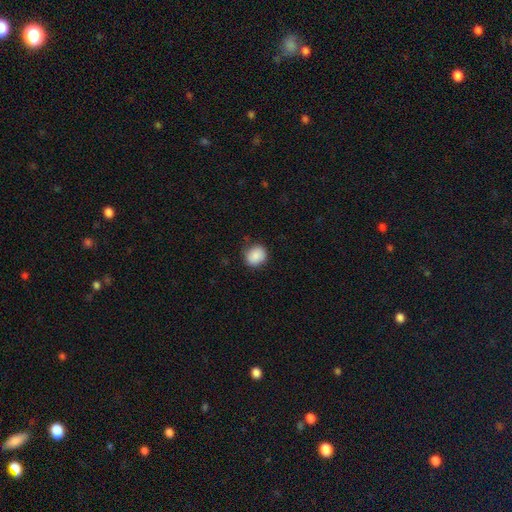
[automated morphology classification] Smooth or featured?
  - smooth: 87% *
  - star or artifact: 8%
  - featured or disk: 6%
How rounded?
  - round: 75% *
  - in between: 24%
  - cigar-shaped: 1%
Merging?
  - none: 80% *
  - minor disturbance: 15%
  - major disturbance: 3%
  - merger: 1%